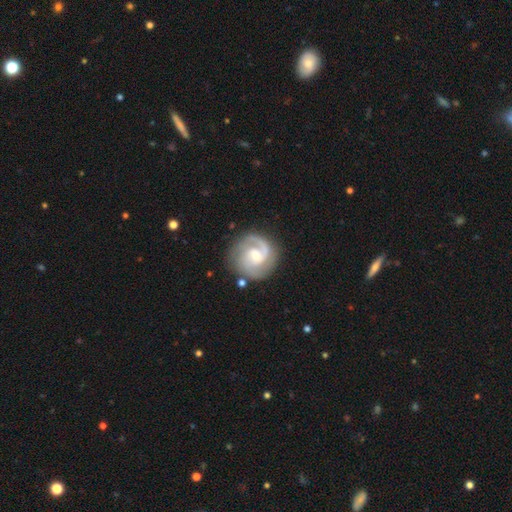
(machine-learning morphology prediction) smooth_or_featured: featured or disk (p=0.87) [alt: smooth p=0.08]
disk_edge_on: no (p=0.98) [alt: yes p=0.02]
bar: weak (p=0.46) [alt: no p=0.45]
has_spiral_arms: yes (p=0.97) [alt: no p=0.03]
spiral_winding: medium (p=0.47) [alt: tight p=0.40]
spiral_arm_count: 2 (p=0.69) [alt: 1 p=0.12]
bulge_size: moderate (p=0.48) [alt: small p=0.47]
merging: none (p=0.78) [alt: minor disturbance p=0.13]